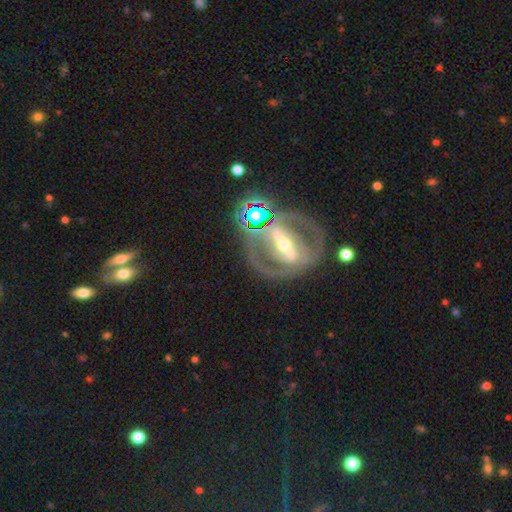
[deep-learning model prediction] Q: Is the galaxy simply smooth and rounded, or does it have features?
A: featured or disk — 84%.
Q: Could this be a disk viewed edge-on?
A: no — 90%.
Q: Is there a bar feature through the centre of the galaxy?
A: strong — 73%.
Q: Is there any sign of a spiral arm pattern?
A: yes — 68%.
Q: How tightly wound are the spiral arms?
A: tight — 45%.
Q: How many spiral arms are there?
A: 2 — 73%.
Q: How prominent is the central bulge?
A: small — 51%.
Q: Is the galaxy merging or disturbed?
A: none — 64%.